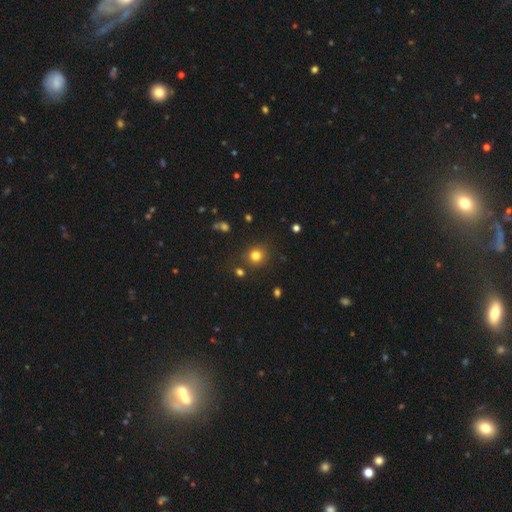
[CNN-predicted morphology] Smooth or featured? Predicted: smooth (p=0.79). How rounded? Predicted: round (p=0.87). Merging? Predicted: none (p=0.83).